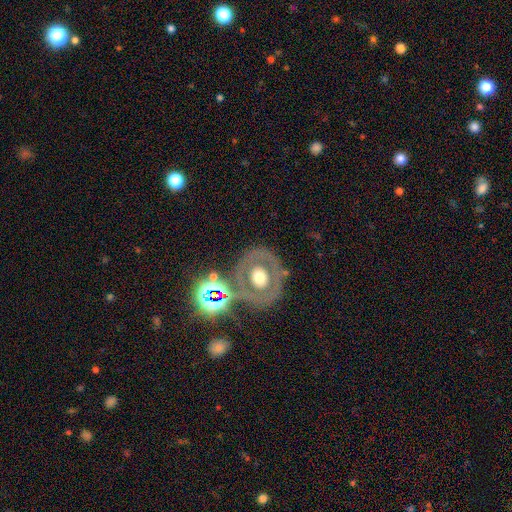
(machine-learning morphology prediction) This is likely a featured or disk galaxy (62%). It is clearly not viewed edge-on (94%). Bar: clearly no (81%). Spiral arm pattern: likely no (75%). Central bulge: likely moderate (66%). Merging: likely none (72%).